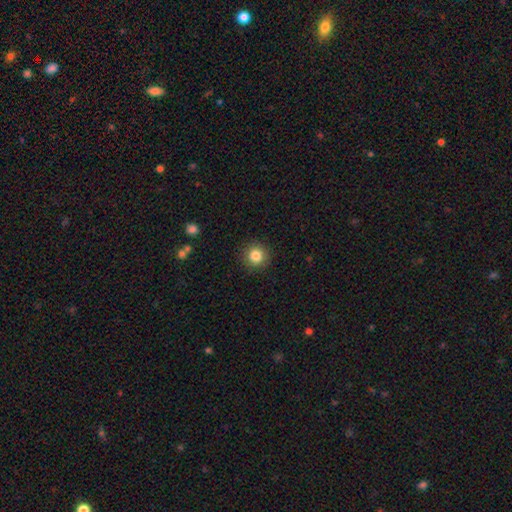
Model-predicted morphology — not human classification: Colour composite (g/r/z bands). It shows a smooth galaxy with no disk features (84%) that is round (93%). Merging: none (91%).